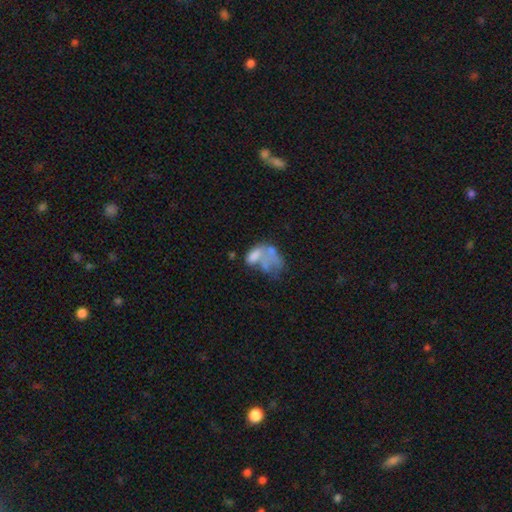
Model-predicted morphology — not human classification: Smooth or featured? smooth (48%)
Merging? major disturbance (35%)